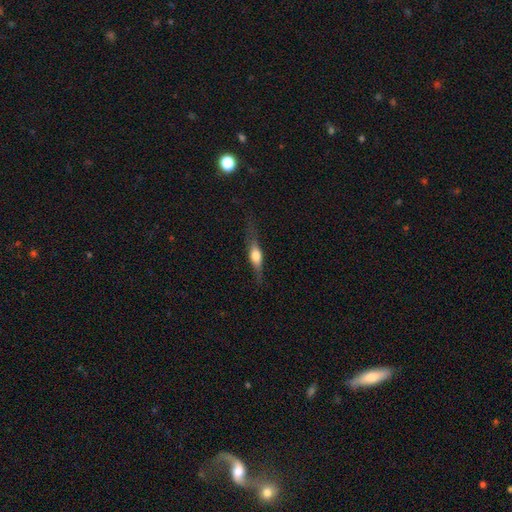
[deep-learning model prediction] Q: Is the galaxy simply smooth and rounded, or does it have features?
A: featured or disk — 48%.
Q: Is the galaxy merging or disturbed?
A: none — 70%.